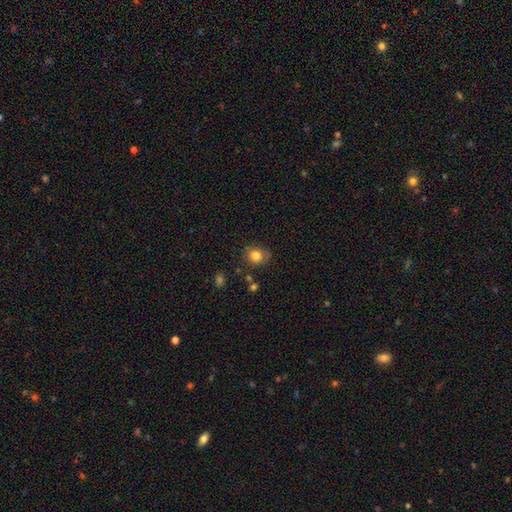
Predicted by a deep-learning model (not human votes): smooth-or-featured: smooth: 82% | star or artifact: 11% | featured or disk: 8%
  how-rounded: round: 73% | in between: 26% | cigar-shaped: 1%
  merging: none: 70% | minor disturbance: 21% | major disturbance: 5% | merger: 4%